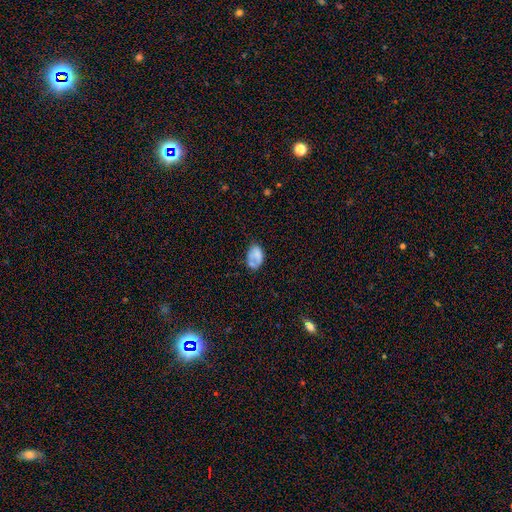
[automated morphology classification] smooth 67%, featured or disk 23%, star or artifact 10%. Down the decision tree: how rounded — in between (85%); merging — none (41%).